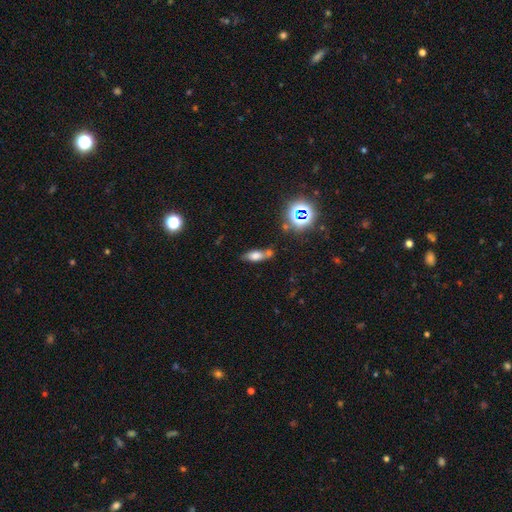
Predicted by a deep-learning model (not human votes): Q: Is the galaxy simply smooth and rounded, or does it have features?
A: smooth — 63%.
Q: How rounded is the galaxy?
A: in between — 71%.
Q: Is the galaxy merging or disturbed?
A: none — 55%.